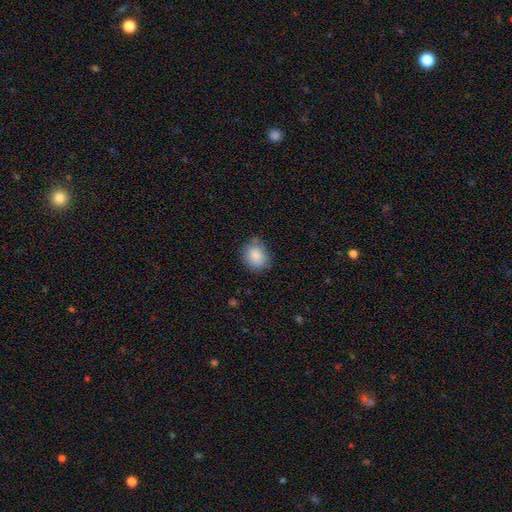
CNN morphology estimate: The model was most divided on "how rounded": round: 56%, in between: 43%, cigar-shaped: 1%. More confident: smooth or featured — smooth (87%); merging — none (73%).